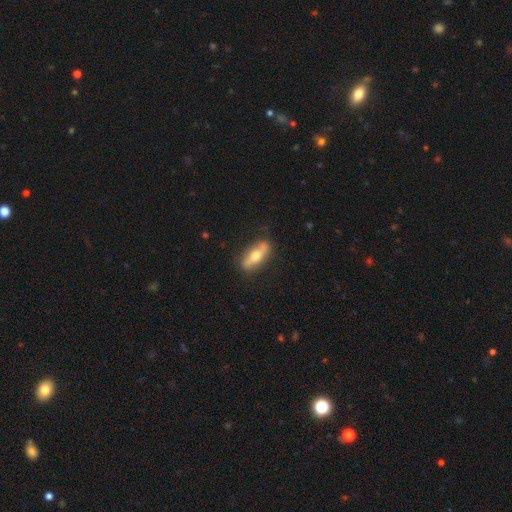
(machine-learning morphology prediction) smooth-or-featured: smooth: 48% | featured or disk: 46% | star or artifact: 6%
  merging: none: 83% | minor disturbance: 13% | major disturbance: 3% | merger: 1%